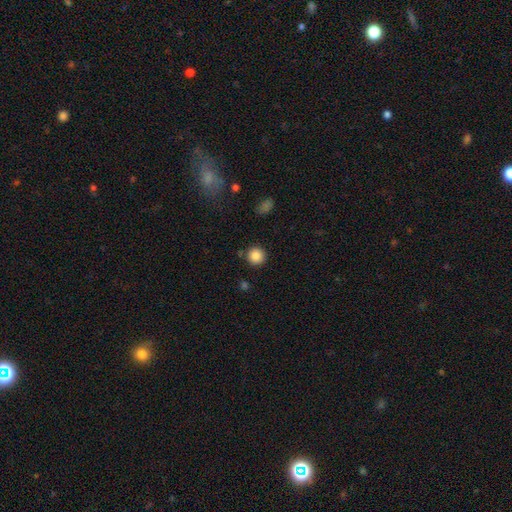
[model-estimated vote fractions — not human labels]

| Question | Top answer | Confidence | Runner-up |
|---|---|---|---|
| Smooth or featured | smooth | 87% | star or artifact (10%) |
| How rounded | round | 94% | in between (5%) |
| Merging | none | 86% | minor disturbance (8%) |